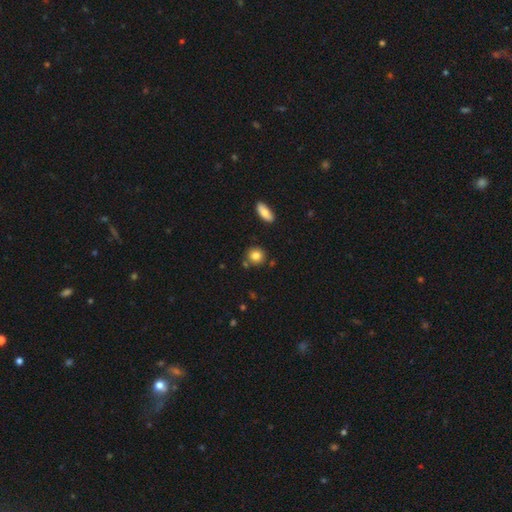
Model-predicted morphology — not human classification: smooth_or_featured: smooth (p=0.83) [alt: star or artifact p=0.09]
how_rounded: round (p=0.84) [alt: in between p=0.14]
merging: none (p=0.80) [alt: minor disturbance p=0.10]